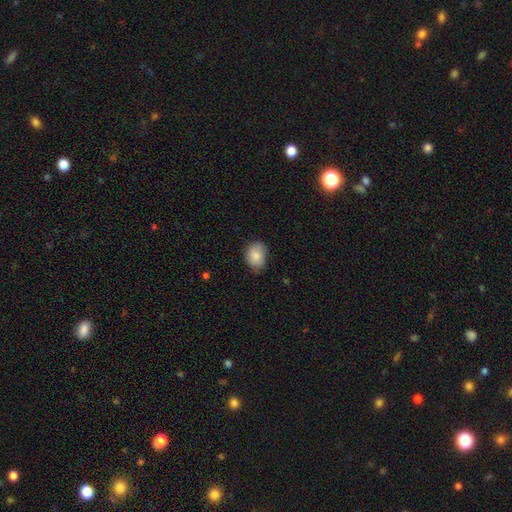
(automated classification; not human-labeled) smooth_or_featured: smooth (p=0.84) [alt: featured or disk p=0.09]
how_rounded: in between (p=0.60) [alt: round p=0.39]
merging: none (p=0.69) [alt: minor disturbance p=0.26]